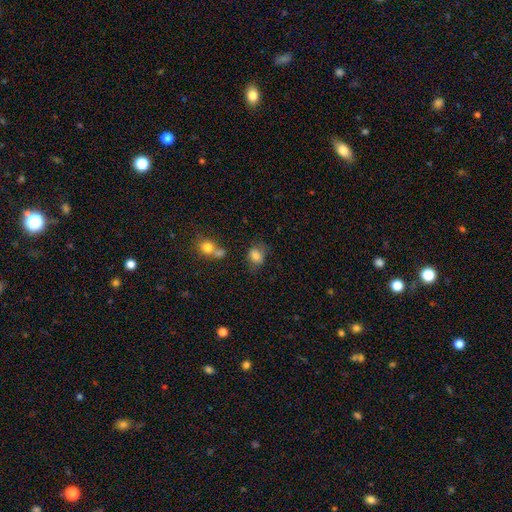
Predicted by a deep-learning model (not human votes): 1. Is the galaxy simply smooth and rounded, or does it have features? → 78% smooth, 12% featured or disk, 10% star or artifact.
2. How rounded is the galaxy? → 54% in between, 45% round, 1% cigar-shaped.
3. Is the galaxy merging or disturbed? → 54% none, 24% minor disturbance, 11% major disturbance, 10% merger.